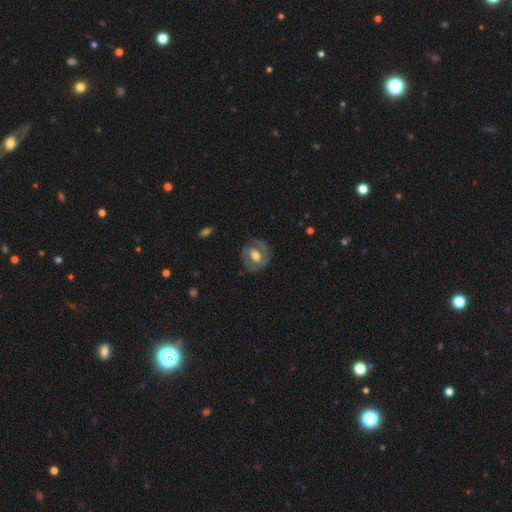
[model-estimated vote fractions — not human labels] A featured or disk galaxy (73%) with a weak bar (43%), 2 (69%) tight (49%) spiral arms (82%) and a moderate central bulge (71%). Merging: none (74%).